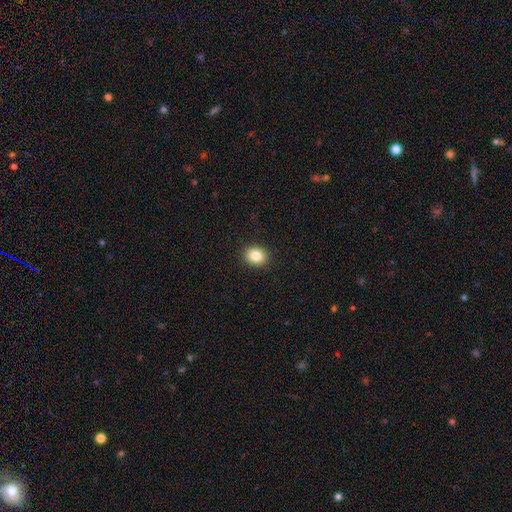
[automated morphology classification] A smooth galaxy with no disk features (84%) that is round (59%).

Vote fractions:
- Smooth or featured? smooth: 84% / star or artifact: 10% / featured or disk: 6%
- How rounded? round: 59% / in between: 40% / cigar-shaped: 1%
- Merging? none: 91% / minor disturbance: 6% / major disturbance: 2% / merger: 1%